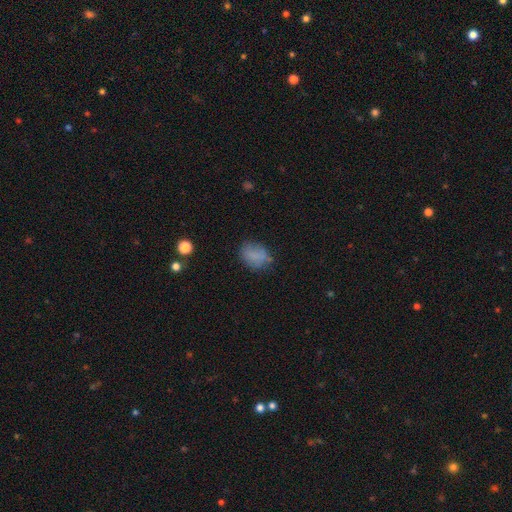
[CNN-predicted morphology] Q: Smooth or featured?
A: smooth (76%); runner-up: featured or disk (12%)
Q: How rounded?
A: in between (63%); runner-up: round (35%)
Q: Merging?
A: none (64%); runner-up: minor disturbance (23%)